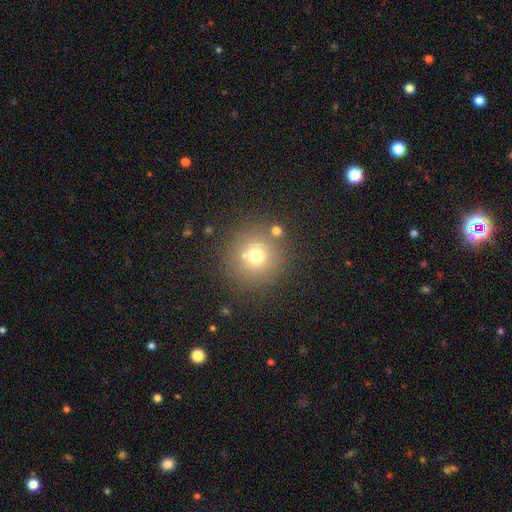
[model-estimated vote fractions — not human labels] smooth_or_featured: smooth (p=0.69) [alt: star or artifact p=0.18]
how_rounded: round (p=0.94) [alt: in between p=0.05]
merging: none (p=0.78) [alt: minor disturbance p=0.09]